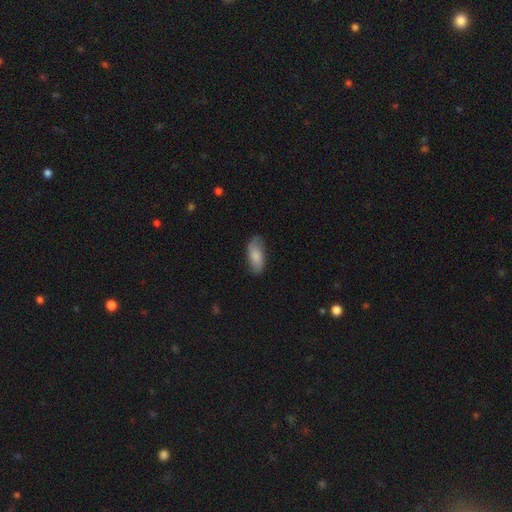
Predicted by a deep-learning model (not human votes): smooth-or-featured: smooth: 75% | featured or disk: 19% | star or artifact: 6%
  how-rounded: in between: 86% | cigar-shaped: 11% | round: 2%
  merging: none: 77% | minor disturbance: 18% | major disturbance: 4% | merger: 1%